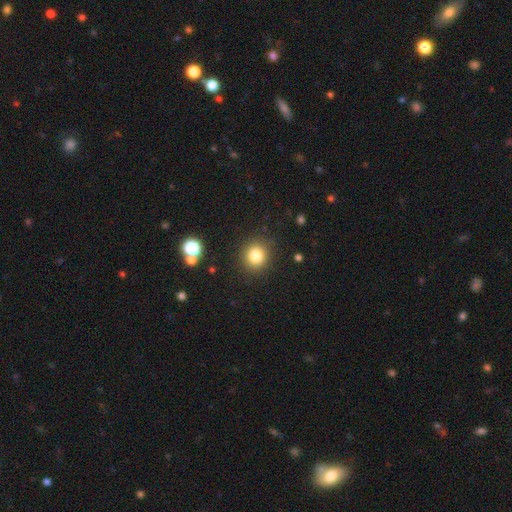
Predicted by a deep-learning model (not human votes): Smooth or featured?
  - smooth: 81% *
  - star or artifact: 12%
  - featured or disk: 7%
How rounded?
  - round: 86% *
  - in between: 13%
  - cigar-shaped: 1%
Merging?
  - none: 88% *
  - minor disturbance: 7%
  - major disturbance: 3%
  - merger: 2%